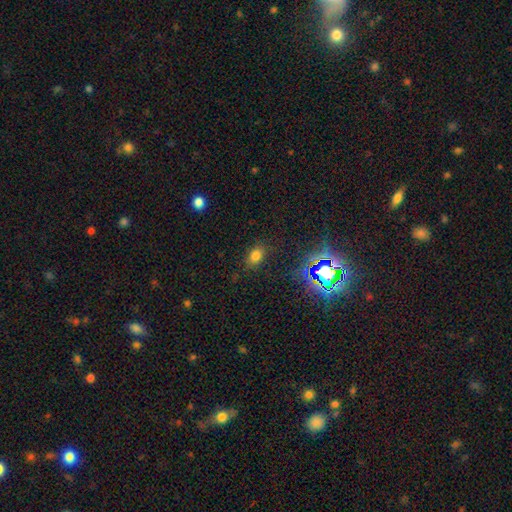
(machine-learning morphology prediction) type=smooth (69%); roundness=in between (70%); merging=none (81%).